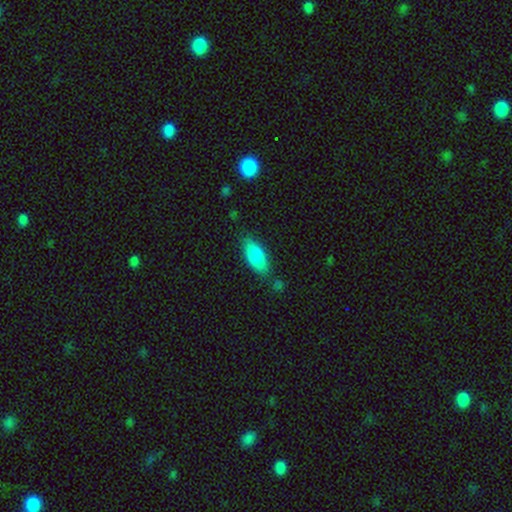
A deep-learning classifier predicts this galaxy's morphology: smooth_or_featured: smooth (p=0.85) [alt: featured or disk p=0.09]
how_rounded: in between (p=0.80) [alt: cigar-shaped p=0.18]
merging: none (p=0.77) [alt: minor disturbance p=0.16]